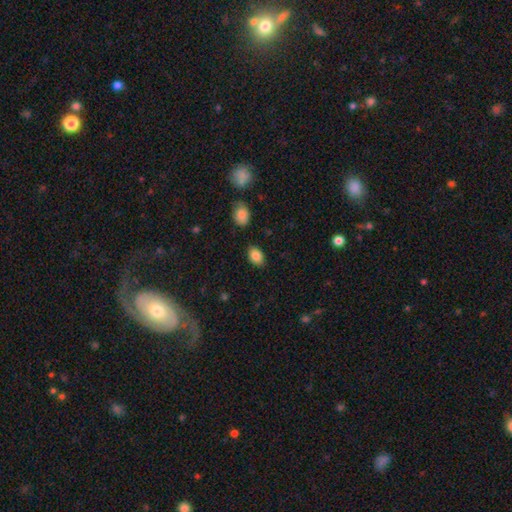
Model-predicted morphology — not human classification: A smooth galaxy with no disk features (86%) that is in between round and cigar-shaped (85%).

Vote fractions:
- Smooth or featured? smooth: 86% / star or artifact: 8% / featured or disk: 6%
- How rounded? in between: 85% / round: 13% / cigar-shaped: 1%
- Merging? none: 85% / minor disturbance: 10% / major disturbance: 2% / merger: 2%